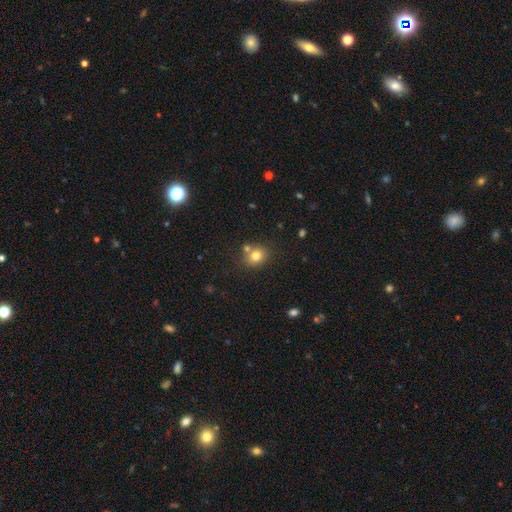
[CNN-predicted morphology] Smooth or featured?
  - smooth: 77% *
  - star or artifact: 13%
  - featured or disk: 10%
How rounded?
  - round: 67% *
  - in between: 32%
  - cigar-shaped: 1%
Merging?
  - none: 66% *
  - merger: 20%
  - minor disturbance: 11%
  - major disturbance: 3%